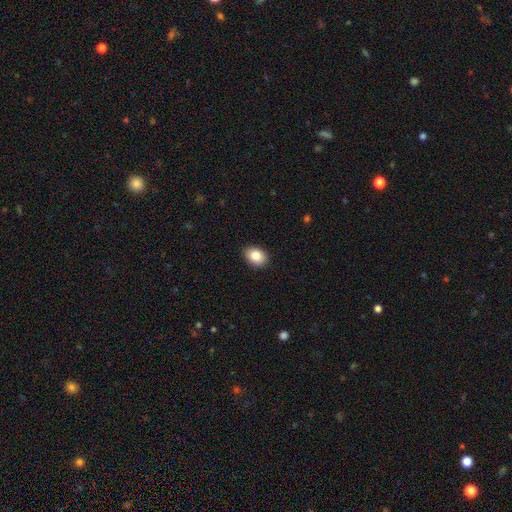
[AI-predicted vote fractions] A smooth galaxy with no disk features (85%) that is in between round and cigar-shaped (73%). Merging: none (88%).